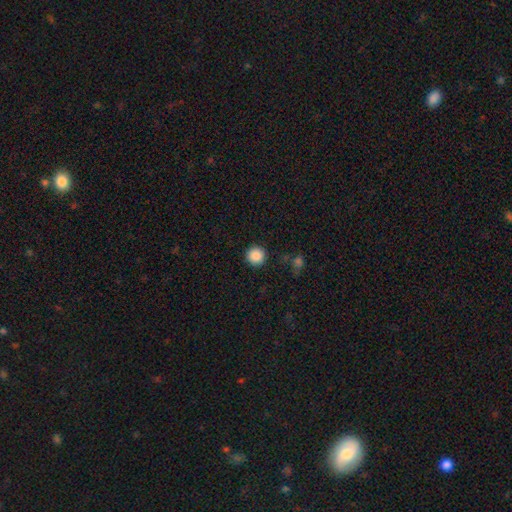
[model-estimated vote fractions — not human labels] Smooth or featured? Predicted: smooth (p=0.88). How rounded? Predicted: round (p=0.95). Merging? Predicted: none (p=0.90).